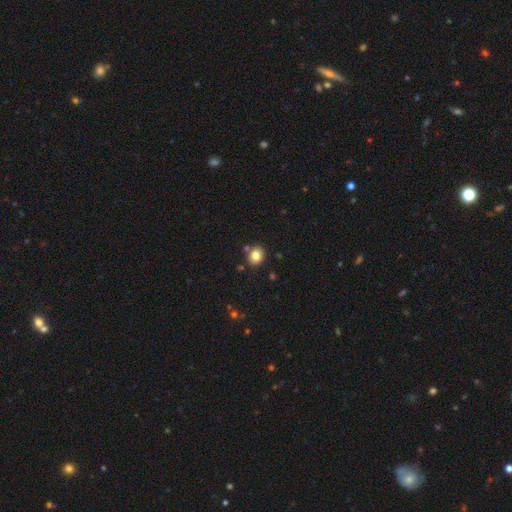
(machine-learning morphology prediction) Smooth or featured: smooth — 82% (star or artifact — 10%)
How rounded: round — 61% (in between — 39%)
Merging: none — 81% (minor disturbance — 10%)